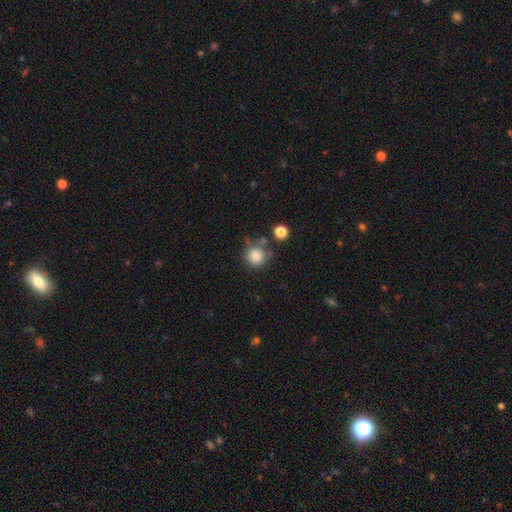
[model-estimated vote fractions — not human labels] Smooth or featured? smooth (83%)
How rounded? round (90%)
Merging? none (67%)